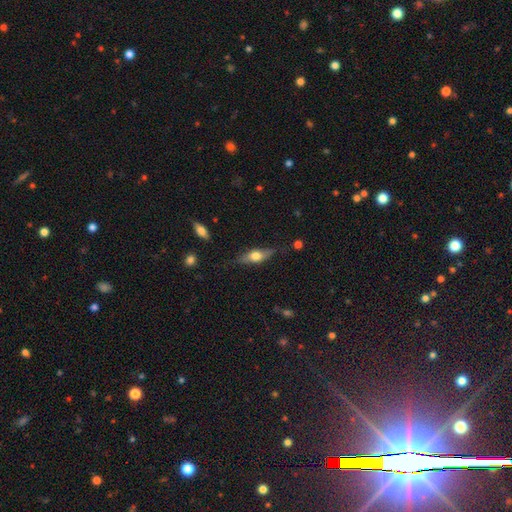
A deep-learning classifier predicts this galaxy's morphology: smooth-or-featured: featured or disk: 48% | smooth: 46% | star or artifact: 6%
  merging: none: 77% | minor disturbance: 17% | major disturbance: 4% | merger: 2%